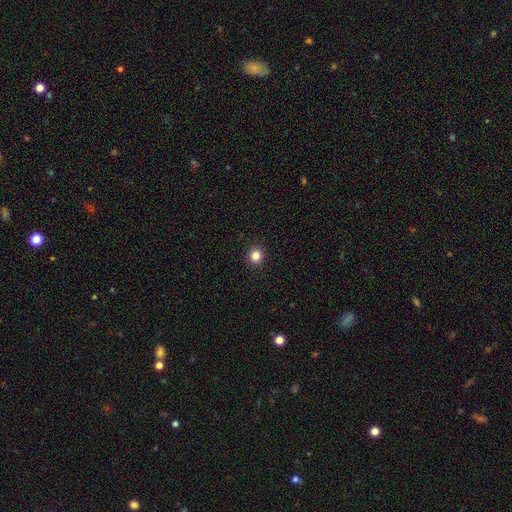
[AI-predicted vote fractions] smooth 84%, star or artifact 12%, featured or disk 4%. Down the decision tree: how rounded — round (92%); merging — none (93%).